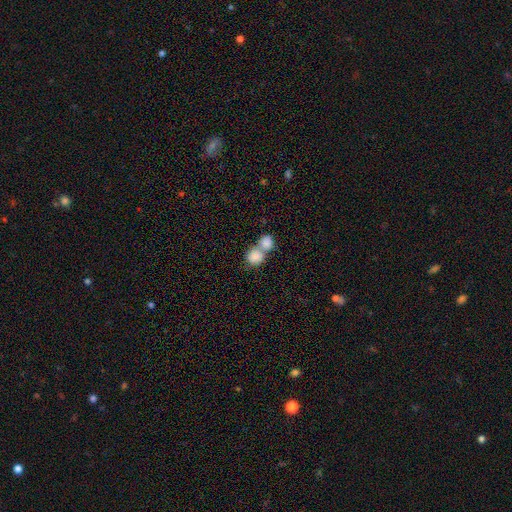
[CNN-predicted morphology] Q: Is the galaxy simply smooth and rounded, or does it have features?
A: smooth — 83%.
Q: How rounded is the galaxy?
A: round — 71%.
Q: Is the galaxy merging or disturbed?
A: merger — 71%.